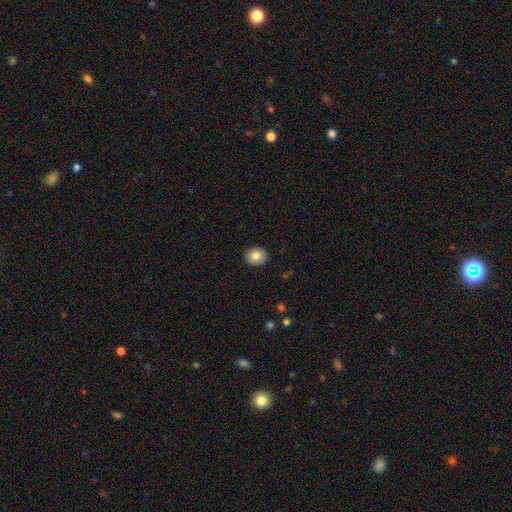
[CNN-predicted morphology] Smooth or featured?
  - smooth: 80% *
  - featured or disk: 12%
  - star or artifact: 8%
How rounded?
  - round: 71% *
  - in between: 28%
  - cigar-shaped: 1%
Merging?
  - none: 91% *
  - minor disturbance: 6%
  - major disturbance: 2%
  - merger: 1%